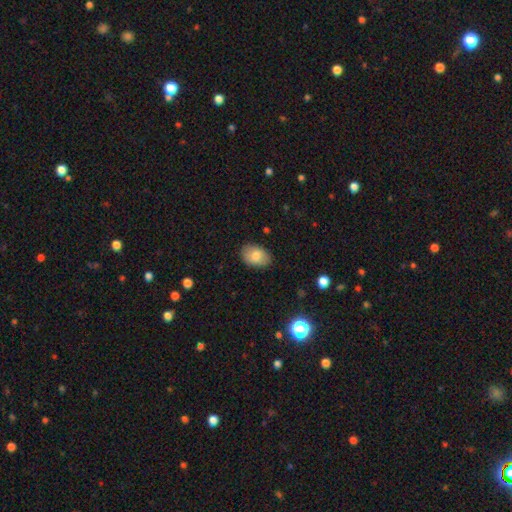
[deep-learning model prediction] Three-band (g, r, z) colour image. It shows a smooth galaxy with no disk features (80%) that is in between round and cigar-shaped (86%). Merging: none (84%).